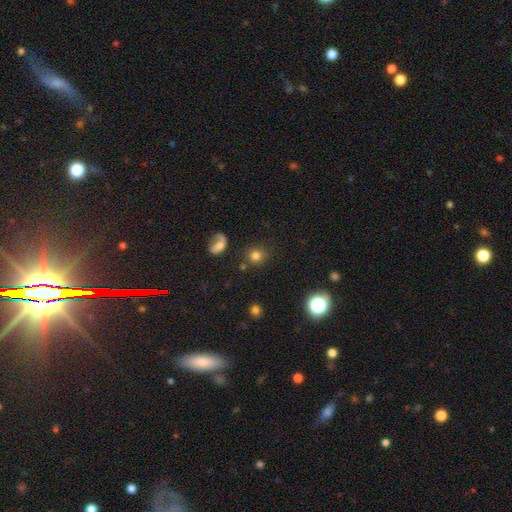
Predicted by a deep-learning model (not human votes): A smooth galaxy with no disk features (78%) that is round (84%).

Vote fractions:
- Smooth or featured? smooth: 78% / star or artifact: 14% / featured or disk: 8%
- How rounded? round: 84% / in between: 15% / cigar-shaped: 1%
- Merging? none: 80% / minor disturbance: 10% / merger: 5% / major disturbance: 4%